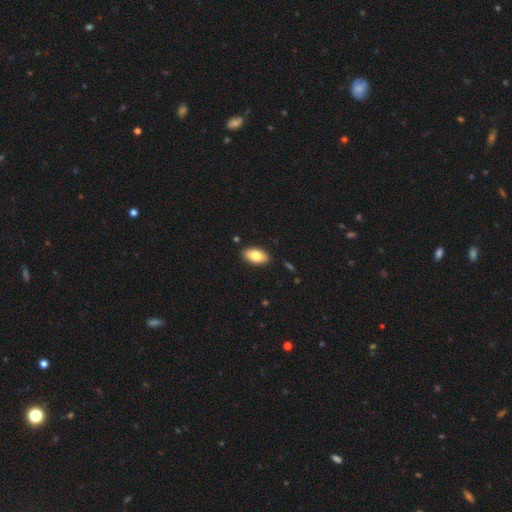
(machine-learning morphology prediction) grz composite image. It shows a smooth galaxy with no disk features (80%) that is in between round and cigar-shaped (93%). Merging: none (88%).